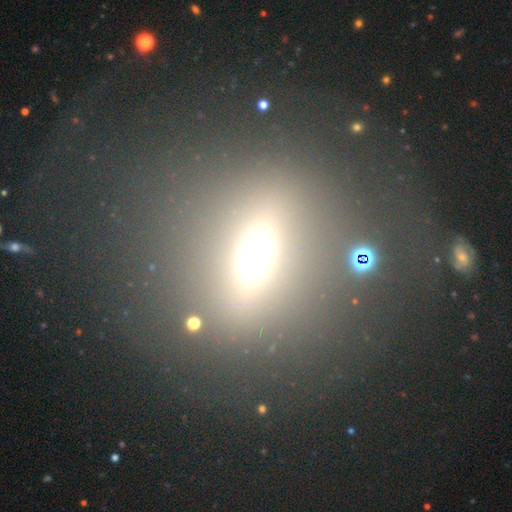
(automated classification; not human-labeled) Smooth or featured: featured or disk — 55% (smooth — 25%)
Edge-on disk: yes — 62% (no — 38%)
Merging: none — 81% (minor disturbance — 10%)